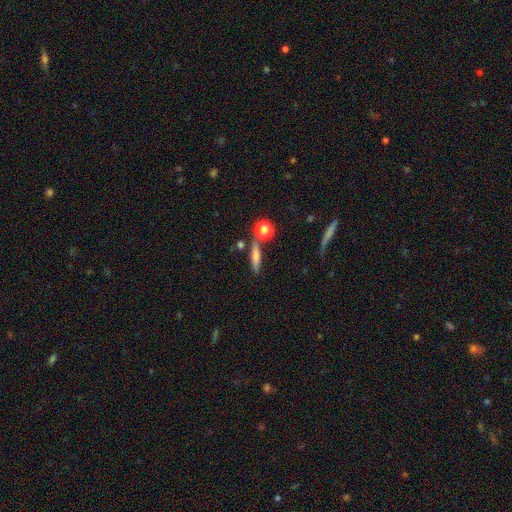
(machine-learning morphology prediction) Smooth or featured?
  - smooth: 55% *
  - featured or disk: 32%
  - star or artifact: 13%
How rounded?
  - cigar-shaped: 72% *
  - in between: 18%
  - round: 10%
Merging?
  - none: 73% *
  - merger: 12%
  - minor disturbance: 11%
  - major disturbance: 4%